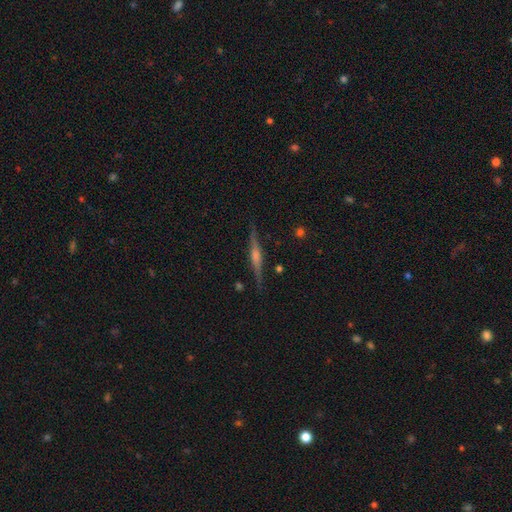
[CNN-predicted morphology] Q: Smooth or featured?
A: featured or disk (79%); runner-up: smooth (14%)
Q: Edge-on disk?
A: yes (98%); runner-up: no (2%)
Q: Edge-on bulge?
A: rounded (65%); runner-up: boxy (24%)
Q: Merging?
A: none (88%); runner-up: minor disturbance (8%)